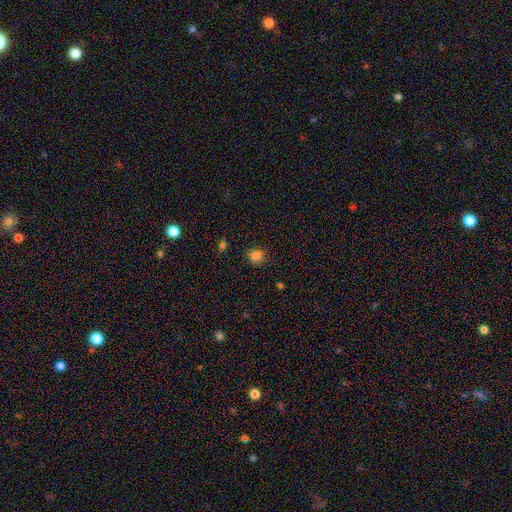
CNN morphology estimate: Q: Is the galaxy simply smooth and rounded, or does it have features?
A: smooth — 80%.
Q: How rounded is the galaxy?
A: round — 87%.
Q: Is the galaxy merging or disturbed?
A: none — 85%.